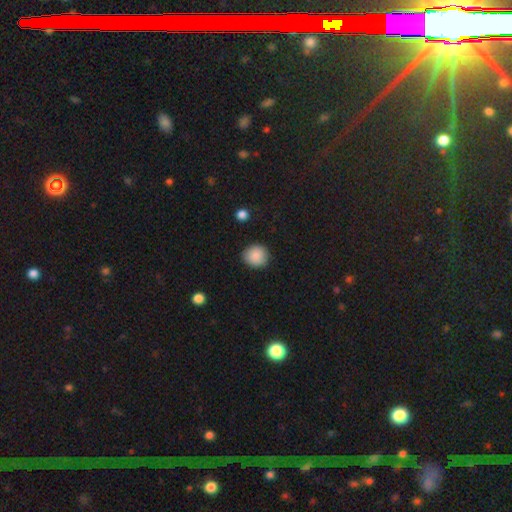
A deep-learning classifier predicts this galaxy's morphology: smooth-or-featured: smooth: 87% | star or artifact: 8% | featured or disk: 4%
  how-rounded: round: 86% | in between: 13% | cigar-shaped: 1%
  merging: none: 86% | minor disturbance: 10% | major disturbance: 2% | merger: 1%